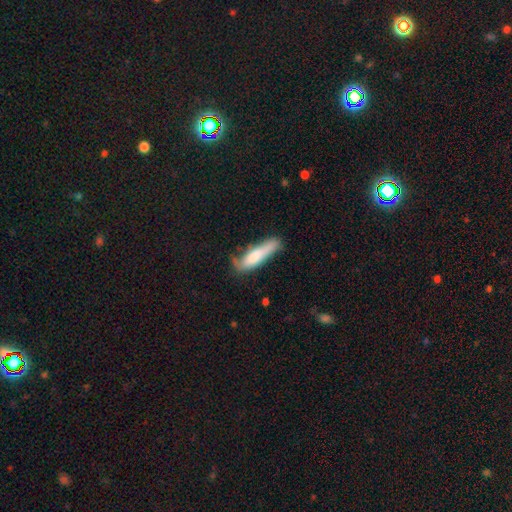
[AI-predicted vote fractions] Smooth or featured: smooth — 71% (featured or disk — 23%)
How rounded: cigar-shaped — 75% (in between — 23%)
Merging: none — 49% (minor disturbance — 32%)